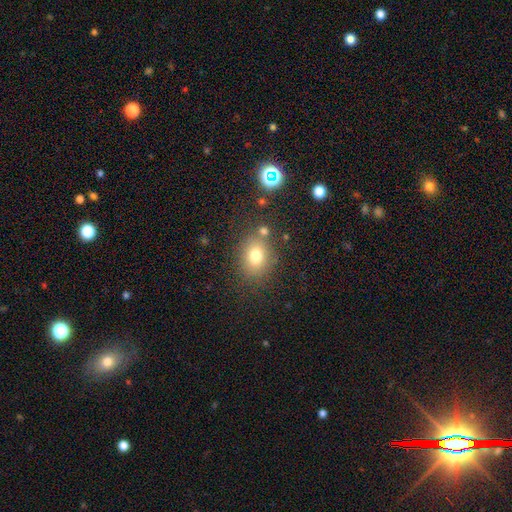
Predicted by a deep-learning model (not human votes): A smooth galaxy with no disk features (76%) that is in between round and cigar-shaped (55%). Merging: none (73%).